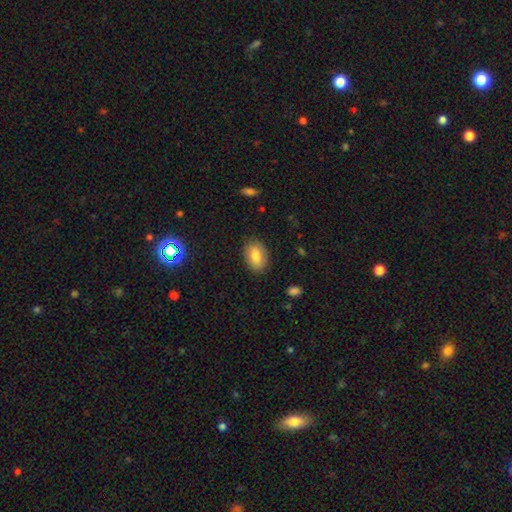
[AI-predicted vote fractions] The model was most divided on "smooth or featured": smooth: 81%, featured or disk: 11%, star or artifact: 8%. More confident: how rounded — in between (87%); merging — none (85%).